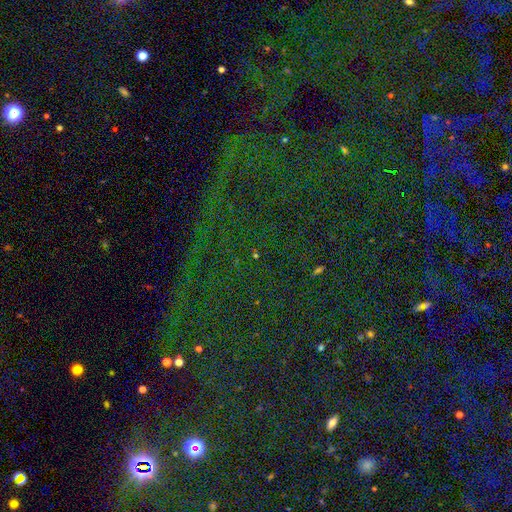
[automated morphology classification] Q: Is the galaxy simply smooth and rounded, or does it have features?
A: star or artifact — 79%.